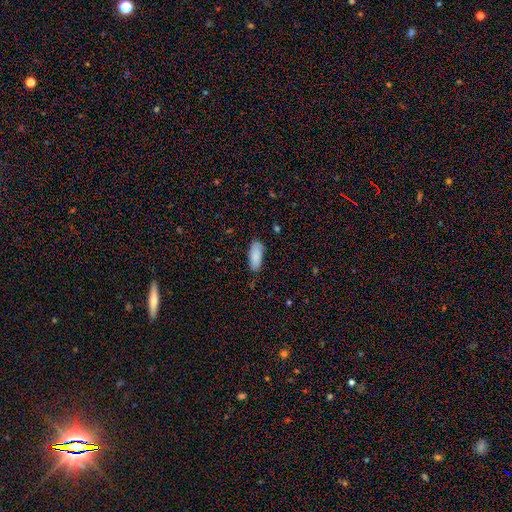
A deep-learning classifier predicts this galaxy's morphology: Smooth or featured? Predicted: smooth (p=0.87). How rounded? Predicted: in between (p=0.84). Merging? Predicted: none (p=0.77).